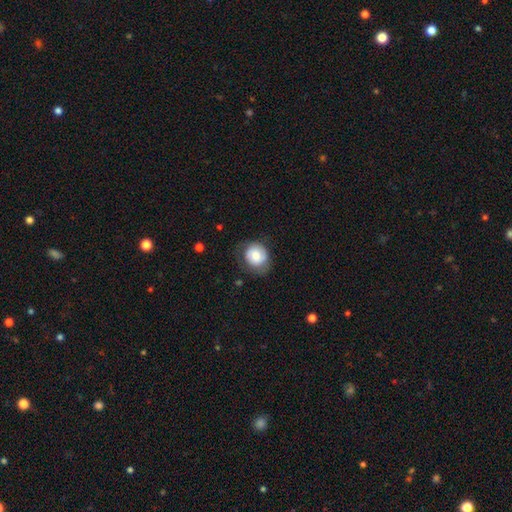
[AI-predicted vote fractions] This is likely a smooth galaxy (69%). How rounded: likely round (77%). Merging: likely none (61%).